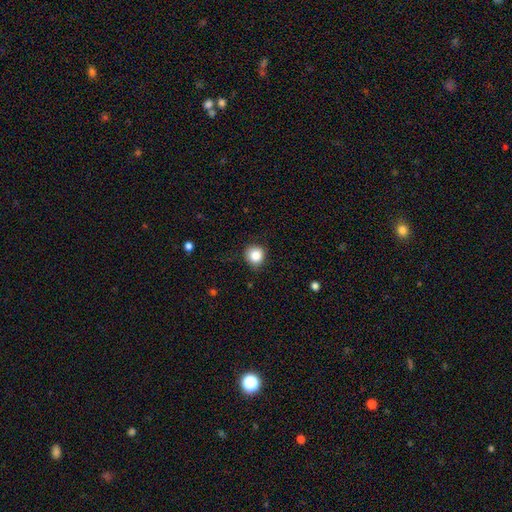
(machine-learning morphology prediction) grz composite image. It shows a smooth galaxy with no disk features (86%) that is round (89%). Merging: none (81%).